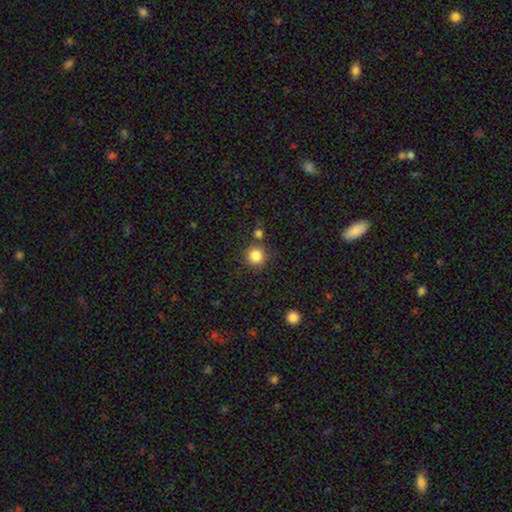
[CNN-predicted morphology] smooth_or_featured: smooth (p=0.85) [alt: star or artifact p=0.11]
how_rounded: round (p=0.94) [alt: in between p=0.05]
merging: none (p=0.81) [alt: merger p=0.08]